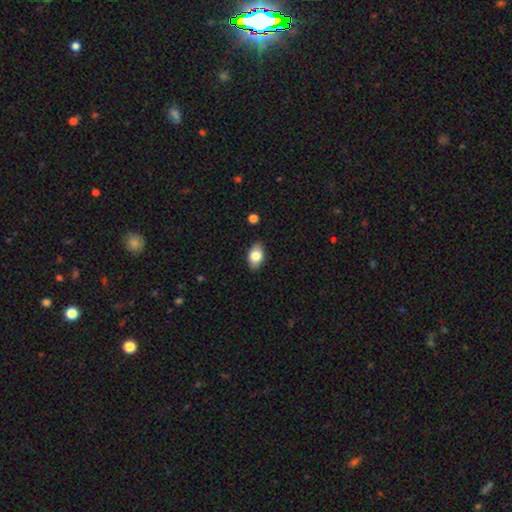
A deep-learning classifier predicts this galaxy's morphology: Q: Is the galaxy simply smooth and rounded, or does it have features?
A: smooth — 78%.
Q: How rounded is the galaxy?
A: in between — 88%.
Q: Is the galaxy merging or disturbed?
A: none — 84%.